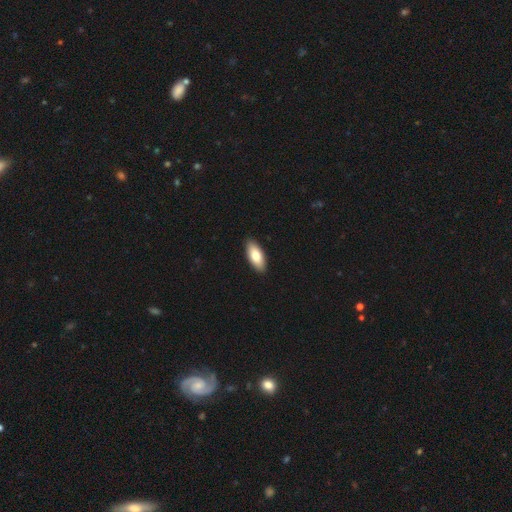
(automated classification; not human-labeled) smooth-or-featured: smooth: 80% | featured or disk: 14% | star or artifact: 6%
  how-rounded: in between: 86% | cigar-shaped: 12% | round: 2%
  merging: none: 91% | minor disturbance: 7% | major disturbance: 1% | merger: 1%